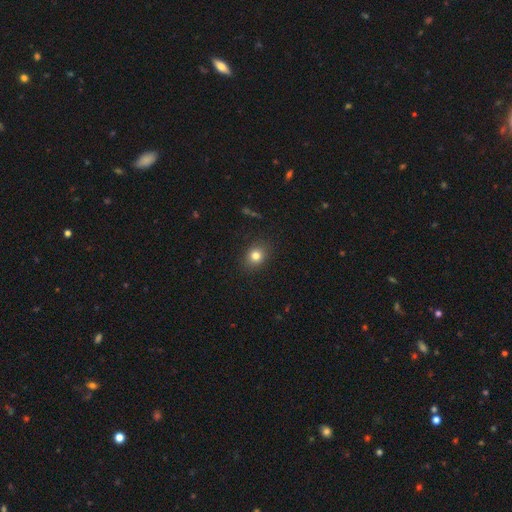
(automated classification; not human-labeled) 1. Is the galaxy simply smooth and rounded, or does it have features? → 80% smooth, 12% star or artifact, 7% featured or disk.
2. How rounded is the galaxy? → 62% round, 37% in between, 1% cigar-shaped.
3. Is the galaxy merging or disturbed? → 89% none, 8% minor disturbance, 2% major disturbance, 1% merger.